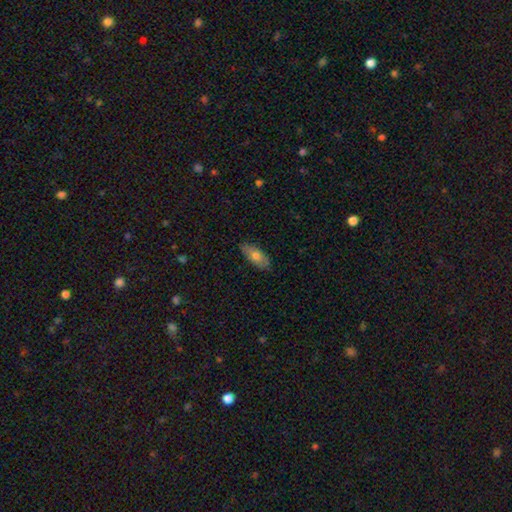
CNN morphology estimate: Q: Smooth or featured?
A: smooth (71%); runner-up: featured or disk (23%)
Q: How rounded?
A: in between (82%); runner-up: cigar-shaped (16%)
Q: Merging?
A: none (84%); runner-up: minor disturbance (13%)